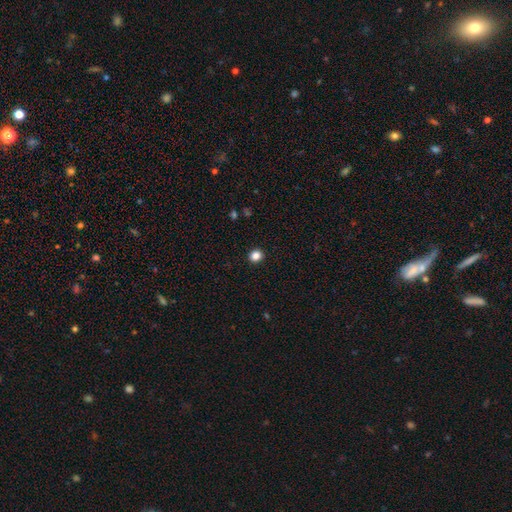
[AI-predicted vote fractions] A smooth galaxy with no disk features (85%) that is round (80%).

Vote fractions:
- Smooth or featured? smooth: 85% / star or artifact: 12% / featured or disk: 4%
- How rounded? round: 80% / in between: 19% / cigar-shaped: 1%
- Merging? none: 92% / minor disturbance: 5% / major disturbance: 2% / merger: 1%